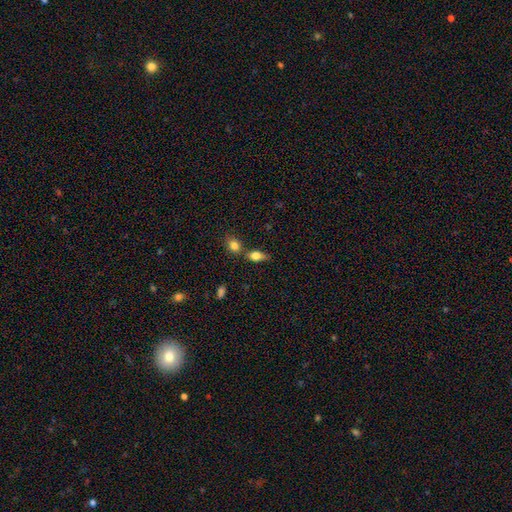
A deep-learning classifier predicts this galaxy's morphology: smooth_or_featured: smooth (p=0.78) [alt: featured or disk p=0.13]
how_rounded: in between (p=0.77) [alt: round p=0.15]
merging: none (p=0.51) [alt: merger p=0.27]